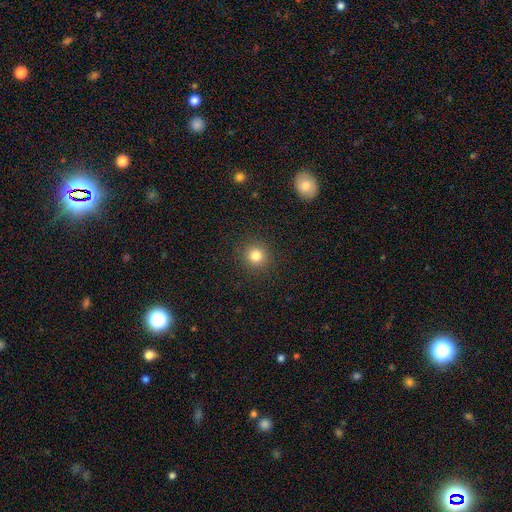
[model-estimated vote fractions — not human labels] This appears to be a smooth galaxy with no disk features (82%) that is round (93%). Merging: none (91%).